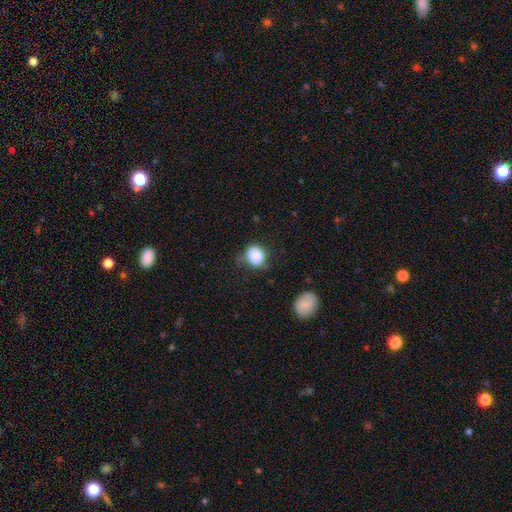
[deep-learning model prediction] Smooth or featured? smooth (85%)
How rounded? round (67%)
Merging? none (59%)